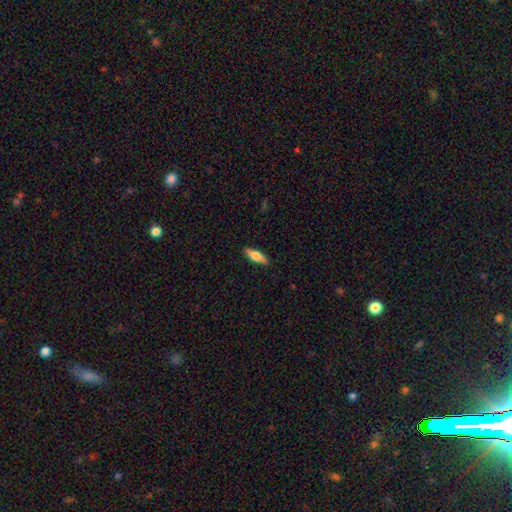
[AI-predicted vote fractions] Morphology: type=smooth (61%); roundness=in between (51%); merging=none (89%).